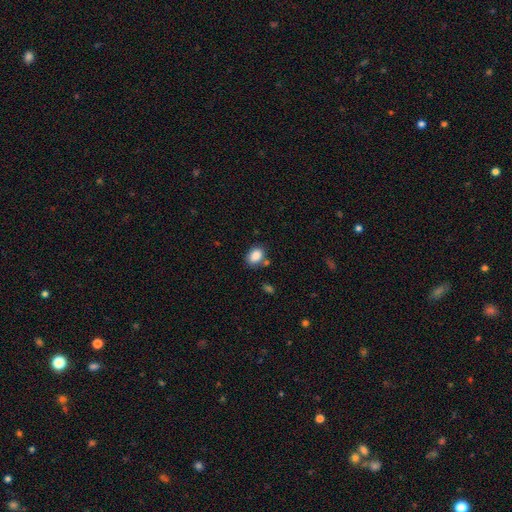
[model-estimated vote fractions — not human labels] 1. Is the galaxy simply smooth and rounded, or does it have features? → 87% smooth, 8% star or artifact, 5% featured or disk.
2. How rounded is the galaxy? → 75% in between, 24% round, 1% cigar-shaped.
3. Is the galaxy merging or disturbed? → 71% none, 15% minor disturbance, 9% merger, 4% major disturbance.